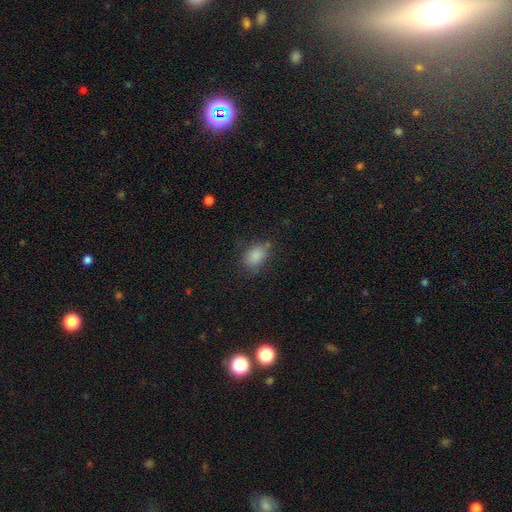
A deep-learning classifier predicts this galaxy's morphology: This is clearly a smooth galaxy (83%). How rounded: likely in between (78%). Merging: likely none (64%).